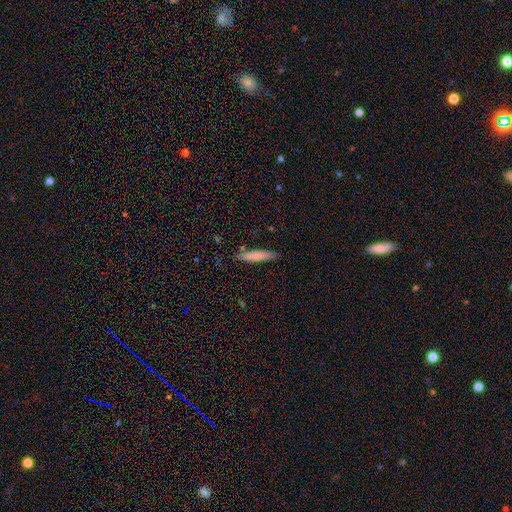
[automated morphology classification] smooth 76%, featured or disk 17%, star or artifact 6%. Down the decision tree: how rounded — cigar-shaped (88%); merging — none (82%).